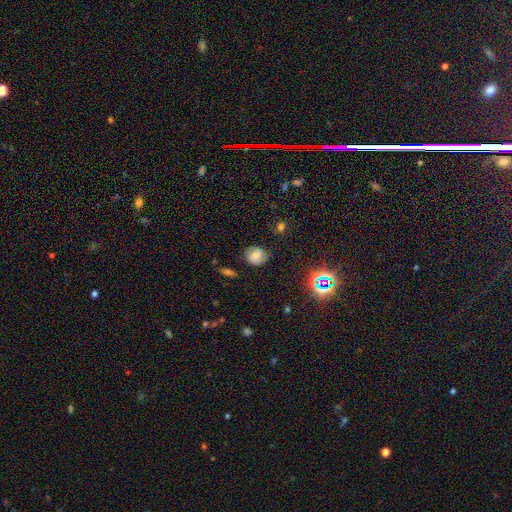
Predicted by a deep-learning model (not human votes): The model was most divided on "how rounded": round: 69%, in between: 30%, cigar-shaped: 1%. More confident: merging — none (73%); smooth or featured — smooth (65%).